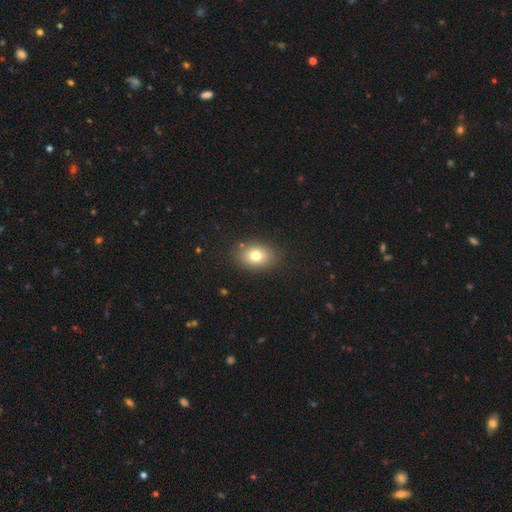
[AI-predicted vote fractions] Overall: smooth (77%). How rounded: in between (67%; round 31%). Merging: none (86%).